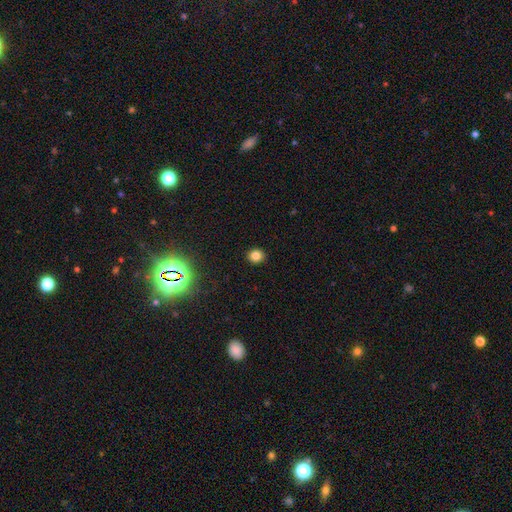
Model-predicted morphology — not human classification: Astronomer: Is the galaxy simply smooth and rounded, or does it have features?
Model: smooth — 82%.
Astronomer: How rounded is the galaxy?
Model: round — 81%.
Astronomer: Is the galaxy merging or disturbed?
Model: none — 92%.